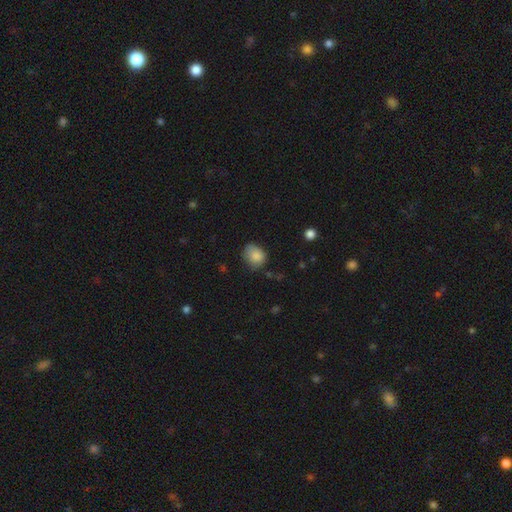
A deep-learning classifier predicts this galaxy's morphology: Smooth or featured?
  - smooth: 84% *
  - star or artifact: 9%
  - featured or disk: 7%
How rounded?
  - round: 51% *
  - in between: 48%
  - cigar-shaped: 1%
Merging?
  - none: 54% *
  - minor disturbance: 35%
  - major disturbance: 9%
  - merger: 2%